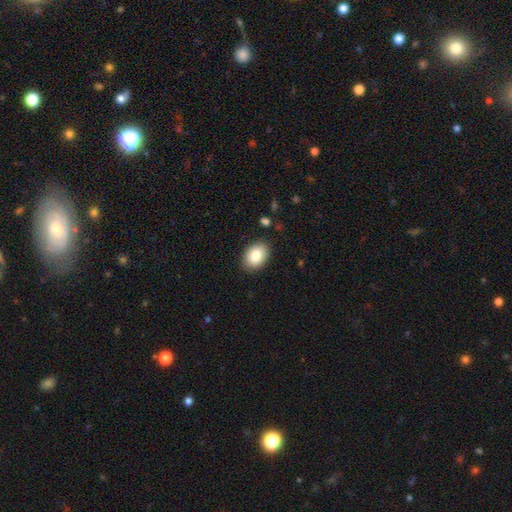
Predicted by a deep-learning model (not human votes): This is clearly a smooth galaxy (85%). How rounded: clearly in between (81%). Merging: clearly none (88%).